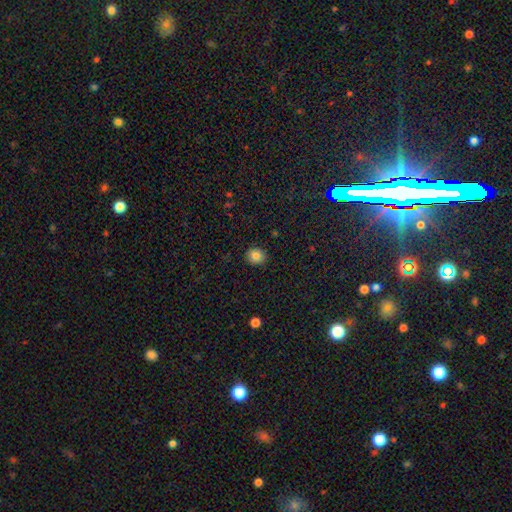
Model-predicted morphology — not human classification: Q: Smooth or featured?
A: smooth (83%); runner-up: star or artifact (11%)
Q: How rounded?
A: round (84%); runner-up: in between (15%)
Q: Merging?
A: none (90%); runner-up: minor disturbance (7%)